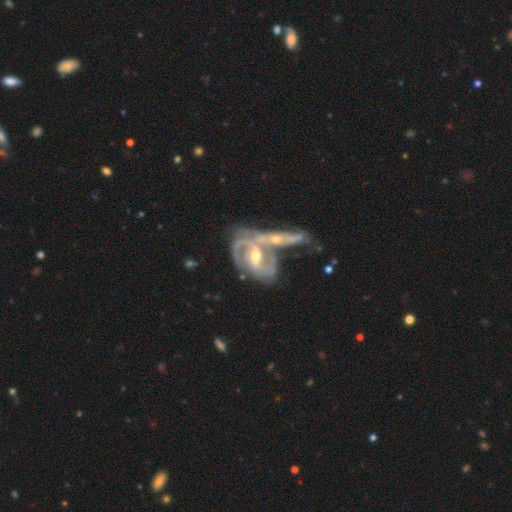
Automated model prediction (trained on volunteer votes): smooth_or_featured: featured or disk (p=0.86) [alt: smooth p=0.08]
disk_edge_on: no (p=0.93) [alt: yes p=0.07]
bar: weak (p=0.42) [alt: strong p=0.32]
has_spiral_arms: yes (p=0.91) [alt: no p=0.09]
spiral_winding: tight (p=0.44) [alt: medium p=0.42]
spiral_arm_count: 2 (p=0.58) [alt: can't tell p=0.22]
bulge_size: moderate (p=0.59) [alt: small p=0.36]
merging: merger (p=0.56) [alt: none p=0.23]